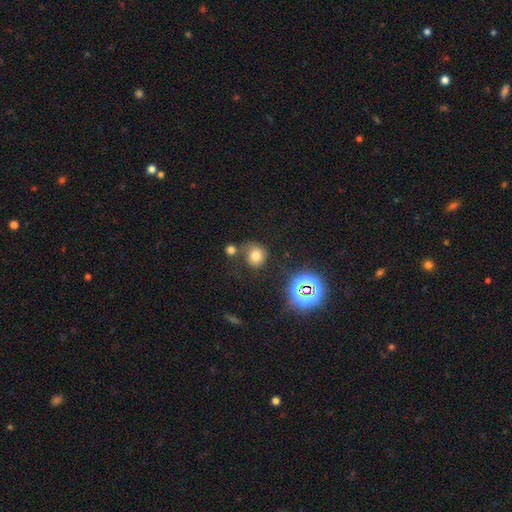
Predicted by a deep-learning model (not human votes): A smooth galaxy with no disk features (70%) that is round (82%).

Vote fractions:
- Smooth or featured? smooth: 70% / star or artifact: 18% / featured or disk: 12%
- How rounded? round: 82% / in between: 17% / cigar-shaped: 1%
- Merging? none: 58% / merger: 17% / minor disturbance: 16% / major disturbance: 8%